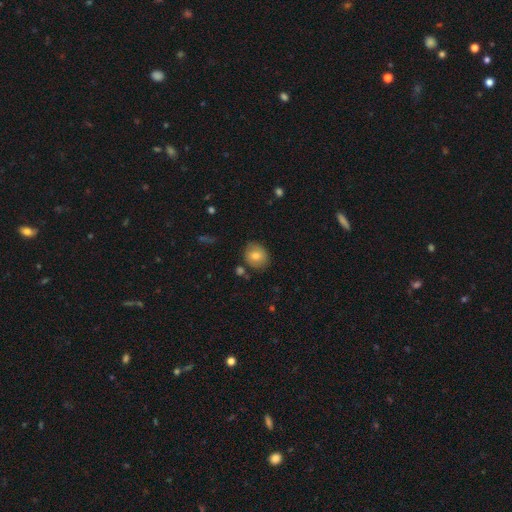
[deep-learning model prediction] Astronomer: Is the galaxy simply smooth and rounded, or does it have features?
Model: smooth — 77%.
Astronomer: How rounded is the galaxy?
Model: round — 71%.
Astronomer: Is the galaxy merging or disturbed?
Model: none — 80%.